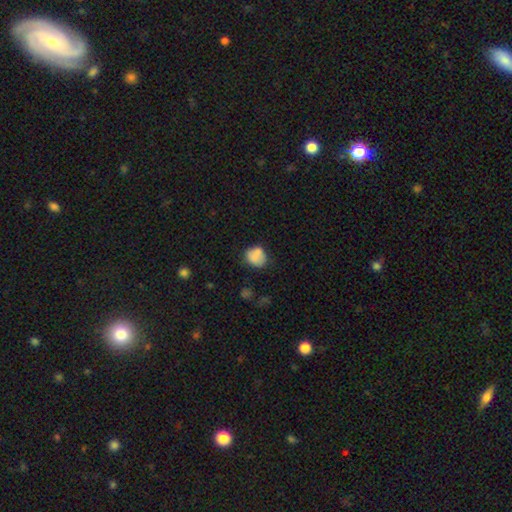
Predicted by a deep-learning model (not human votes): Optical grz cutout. It shows a smooth galaxy with no disk features (77%) that is round (64%). Merging: none (57%).